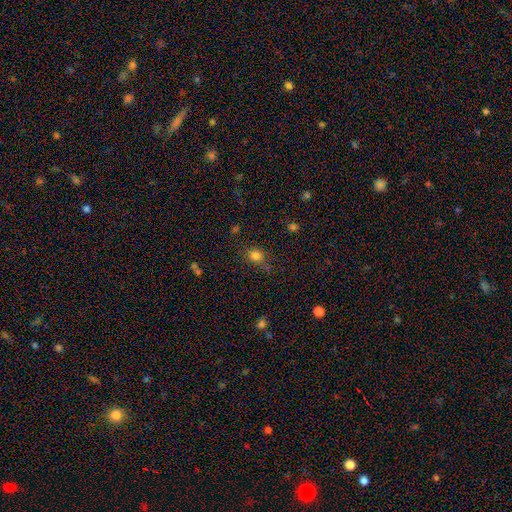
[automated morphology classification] The model was most divided on "how rounded": round: 73%, in between: 25%, cigar-shaped: 1%. More confident: smooth or featured — smooth (79%); merging — none (71%).